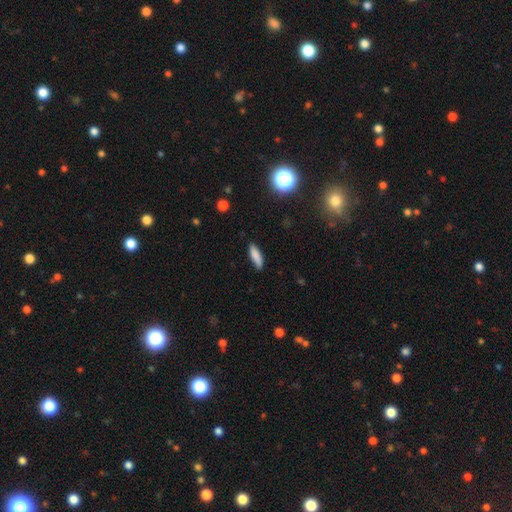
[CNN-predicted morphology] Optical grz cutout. It shows a smooth galaxy with no disk features (84%) that is cigar-shaped (55%). Merging: none (84%).